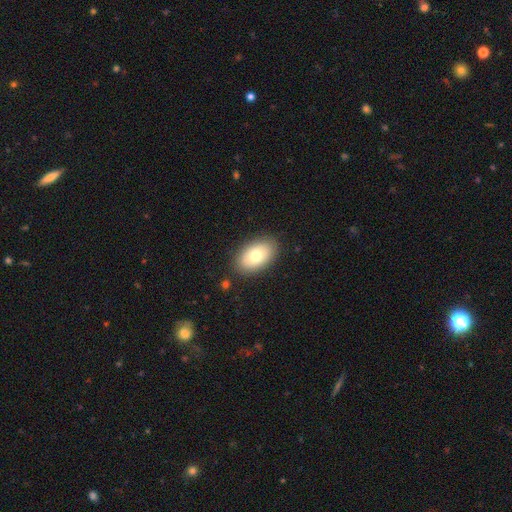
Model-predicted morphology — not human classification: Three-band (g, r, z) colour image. It shows a smooth galaxy with no disk features (68%) that is in between round and cigar-shaped (90%). Merging: none (86%).